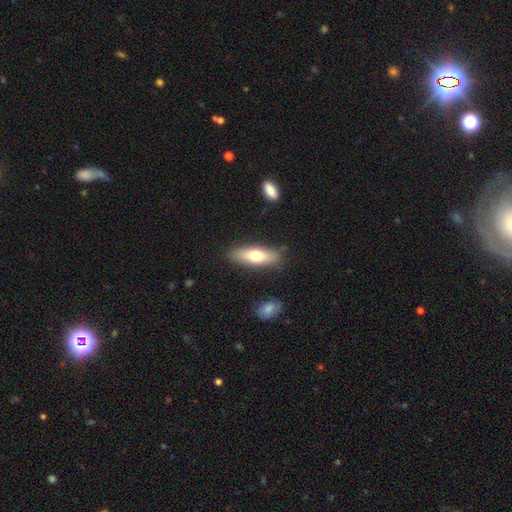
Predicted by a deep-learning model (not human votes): Smooth or featured? smooth (67%)
How rounded? cigar-shaped (49%, tied with in between)
Merging? none (83%)